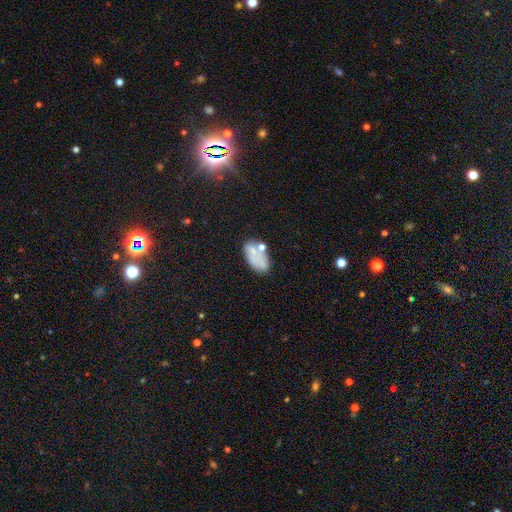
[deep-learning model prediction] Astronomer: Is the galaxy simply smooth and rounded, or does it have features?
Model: smooth — 60%.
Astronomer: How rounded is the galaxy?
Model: in between — 91%.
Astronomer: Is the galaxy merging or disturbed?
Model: none — 50%.